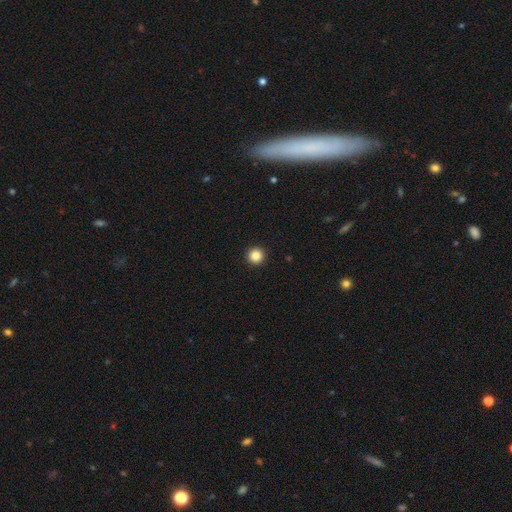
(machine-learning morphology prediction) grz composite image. It shows a smooth galaxy with no disk features (86%) that is round (96%). Merging: none (94%).